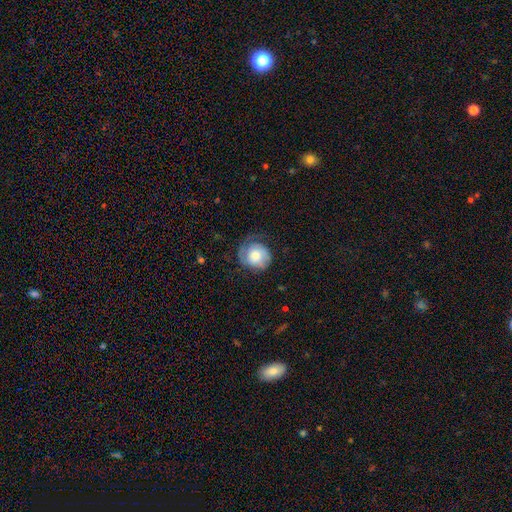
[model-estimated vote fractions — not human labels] Morphology: type=smooth (56%); roundness=round (83%); merging=none (51%).